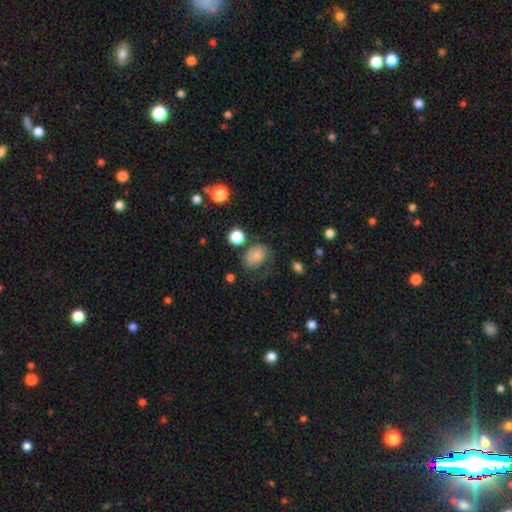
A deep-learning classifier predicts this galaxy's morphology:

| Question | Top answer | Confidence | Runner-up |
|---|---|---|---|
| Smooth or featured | smooth | 64% | featured or disk (26%) |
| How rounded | in between | 58% | round (41%) |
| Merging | none | 35% | major disturbance (34%) |